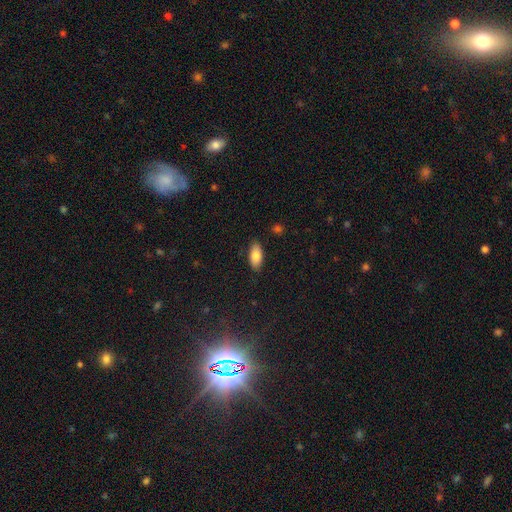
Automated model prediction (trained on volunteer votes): Q: Smooth or featured?
A: smooth (83%); runner-up: featured or disk (10%)
Q: How rounded?
A: in between (89%); runner-up: cigar-shaped (9%)
Q: Merging?
A: none (86%); runner-up: minor disturbance (11%)